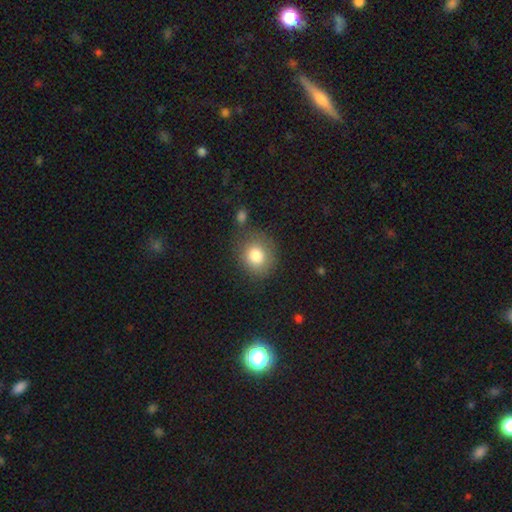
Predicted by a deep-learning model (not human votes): The model was most divided on "how rounded": round: 76%, in between: 23%, cigar-shaped: 1%. More confident: smooth or featured — smooth (82%); merging — none (73%).